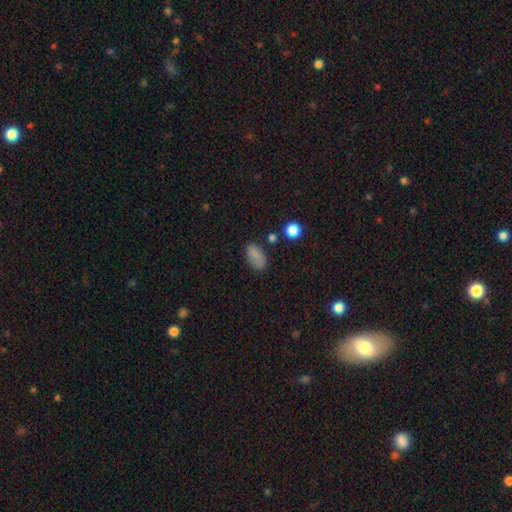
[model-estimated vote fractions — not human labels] smooth_or_featured: smooth (p=0.82) [alt: star or artifact p=0.11]
how_rounded: in between (p=0.91) [alt: round p=0.07]
merging: none (p=0.75) [alt: minor disturbance p=0.17]